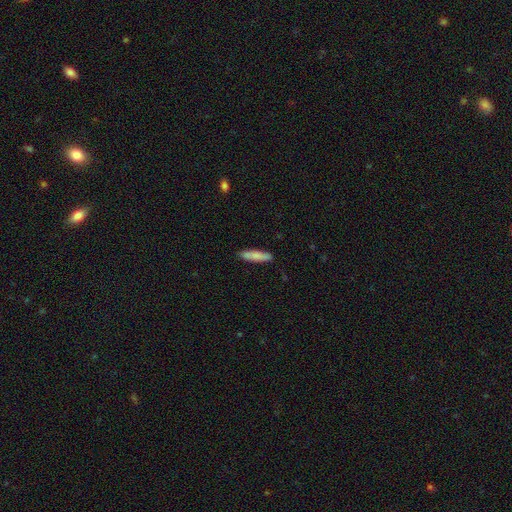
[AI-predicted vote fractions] Smooth or featured?
  - smooth: 81% *
  - featured or disk: 13%
  - star or artifact: 6%
How rounded?
  - cigar-shaped: 76% *
  - in between: 22%
  - round: 2%
Merging?
  - none: 84% *
  - minor disturbance: 12%
  - merger: 2%
  - major disturbance: 2%